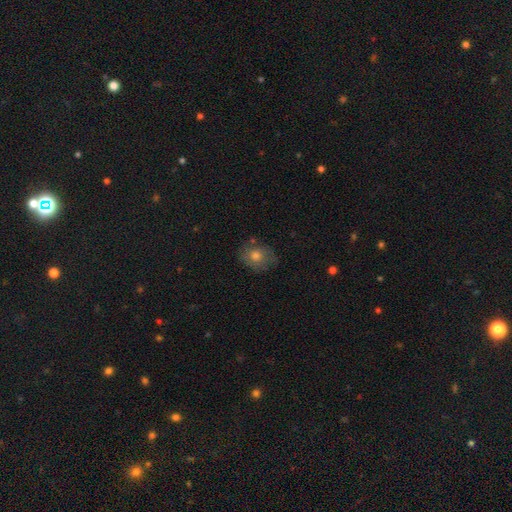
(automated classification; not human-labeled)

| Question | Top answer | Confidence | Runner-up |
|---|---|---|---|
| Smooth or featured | smooth | 70% | featured or disk (19%) |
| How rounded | round | 50% | in between (49%) |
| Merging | none | 74% | minor disturbance (19%) |